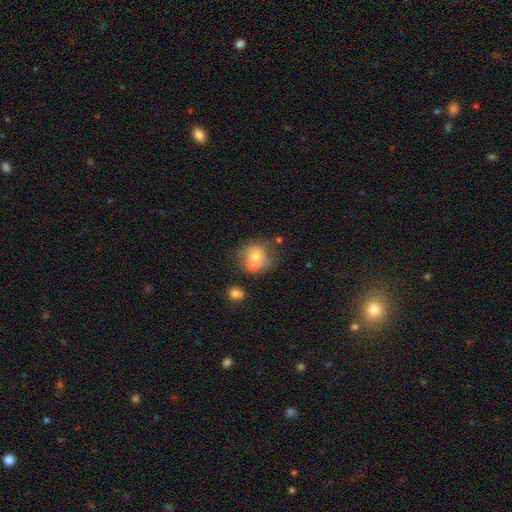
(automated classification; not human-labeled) smooth 59%, featured or disk 32%, star or artifact 9%. Down the decision tree: how rounded — round (76%); merging — merger (44%).